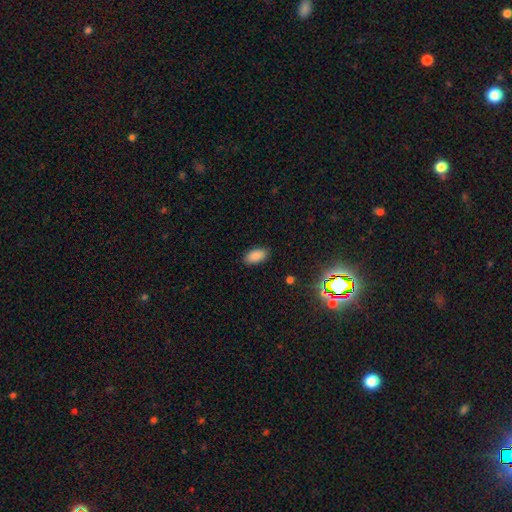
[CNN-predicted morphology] Smooth or featured? Predicted: smooth (p=0.86). How rounded? Predicted: in between (p=0.94). Merging? Predicted: none (p=0.88).